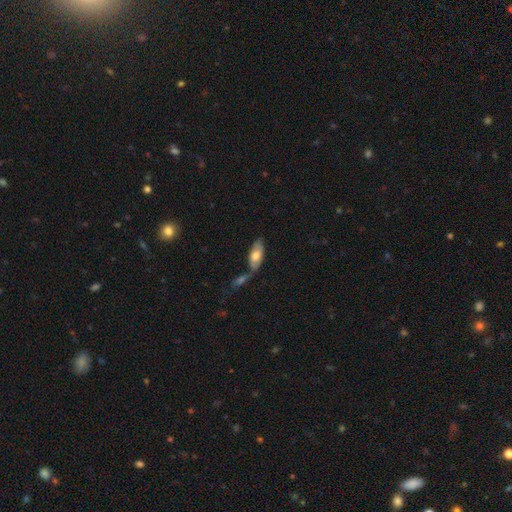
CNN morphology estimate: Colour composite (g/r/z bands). It shows a smooth galaxy with no disk features (63%) that is in between round and cigar-shaped (87%). Merging: none (49%).